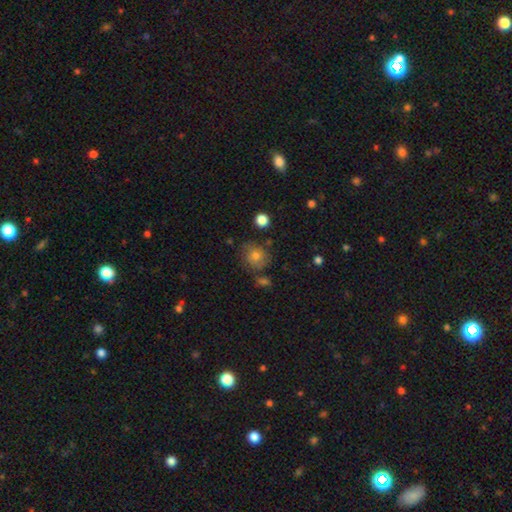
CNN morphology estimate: smooth 58%, featured or disk 30%, star or artifact 12%. Down the decision tree: how rounded — round (77%); merging — none (67%).